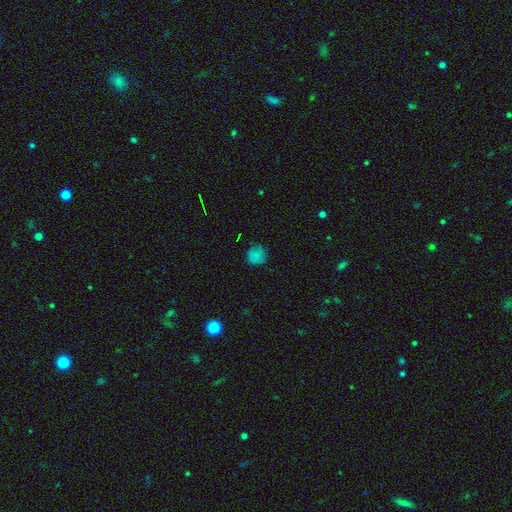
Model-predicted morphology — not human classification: A smooth galaxy with no disk features (76%) that is round (91%).

Vote fractions:
- Smooth or featured? smooth: 76% / star or artifact: 17% / featured or disk: 6%
- How rounded? round: 91% / in between: 8% / cigar-shaped: 1%
- Merging? none: 81% / minor disturbance: 14% / major disturbance: 3% / merger: 1%